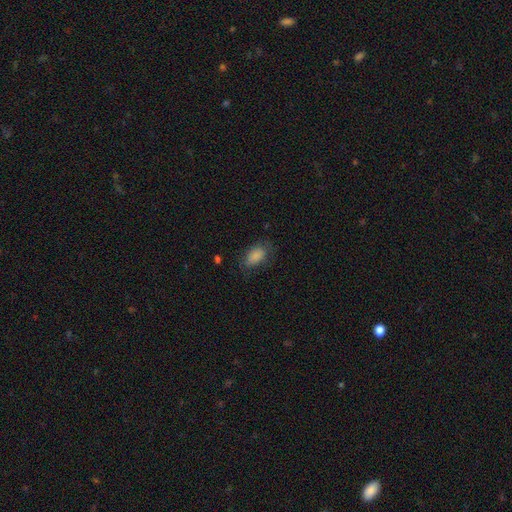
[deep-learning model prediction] Smooth or featured? Predicted: smooth (p=0.85). How rounded? Predicted: in between (p=0.91). Merging? Predicted: none (p=0.68).